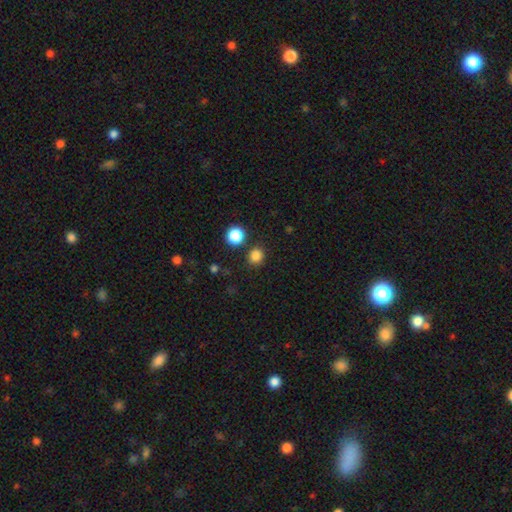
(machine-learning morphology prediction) Smooth or featured? smooth (83%)
How rounded? round (88%)
Merging? none (84%)